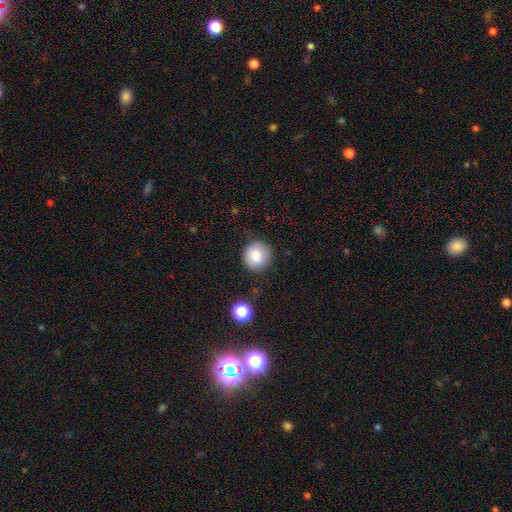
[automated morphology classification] Smooth or featured? smooth (83%)
How rounded? round (89%)
Merging? none (84%)